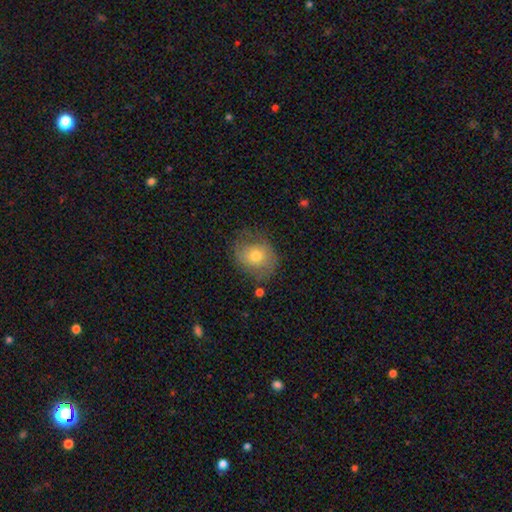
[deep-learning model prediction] This is possibly a smooth galaxy (57%). How rounded: likely round (64%). Merging: likely none (63%).